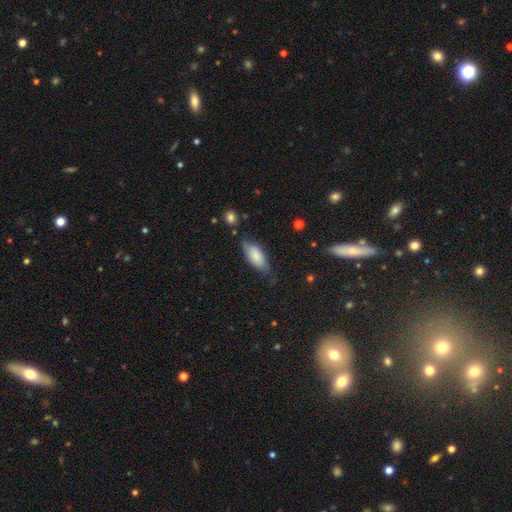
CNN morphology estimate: This appears to be a smooth galaxy with no disk features (79%) that is in between round and cigar-shaped (83%). Merging: none (63%).